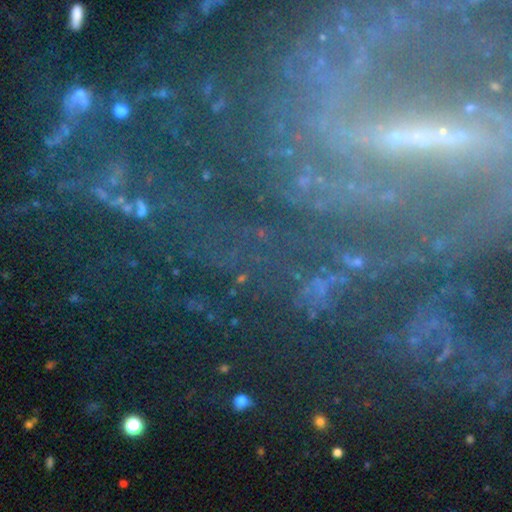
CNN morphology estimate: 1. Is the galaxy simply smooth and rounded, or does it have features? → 69% featured or disk, 22% star or artifact, 9% smooth.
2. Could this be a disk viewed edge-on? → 92% no, 8% yes.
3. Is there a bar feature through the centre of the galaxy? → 54% strong, 26% weak, 19% no.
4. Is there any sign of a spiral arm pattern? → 87% yes, 13% no.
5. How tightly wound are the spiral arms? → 46% tight, 34% medium, 21% loose.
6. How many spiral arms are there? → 28% 2, 27% can't tell, 13% 3, 11% 4, 11% more than 4, 11% 1.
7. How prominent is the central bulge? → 61% small, 19% moderate, 13% none, 4% large, 3% dominant.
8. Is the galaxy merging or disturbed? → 63% none, 17% major disturbance, 15% minor disturbance, 5% merger.